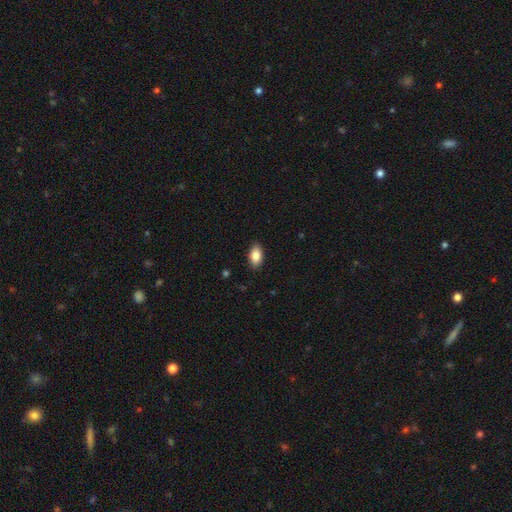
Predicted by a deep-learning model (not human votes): A smooth galaxy with no disk features (86%) that is in between round and cigar-shaped (93%).

Vote fractions:
- Smooth or featured? smooth: 86% / star or artifact: 7% / featured or disk: 7%
- How rounded? in between: 93% / round: 5% / cigar-shaped: 3%
- Merging? none: 88% / minor disturbance: 9% / major disturbance: 2% / merger: 1%